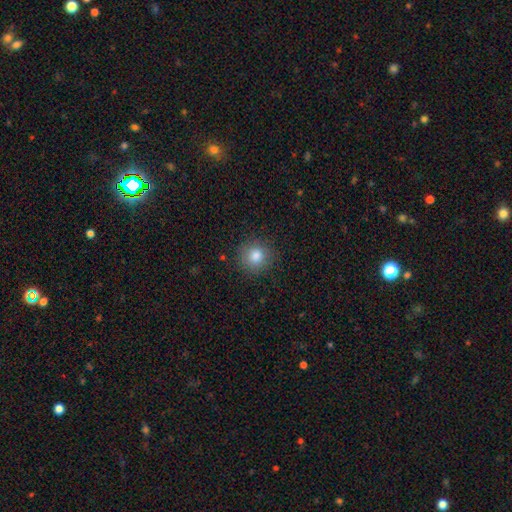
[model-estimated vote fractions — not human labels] This is clearly a smooth galaxy (83%). How rounded: clearly round (90%). Merging: clearly none (86%).